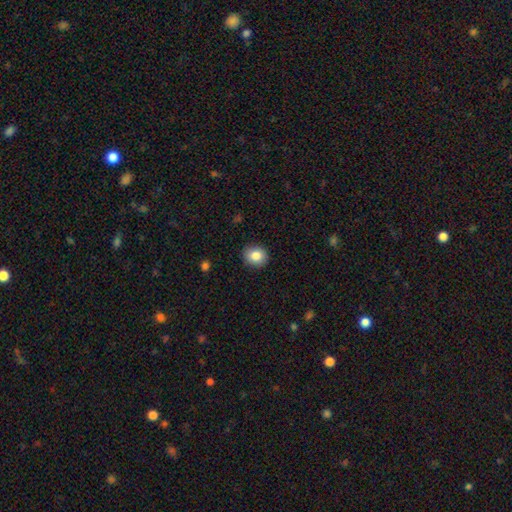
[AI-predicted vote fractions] This appears to be a smooth galaxy with no disk features (85%) that is round (71%). Merging: none (90%).